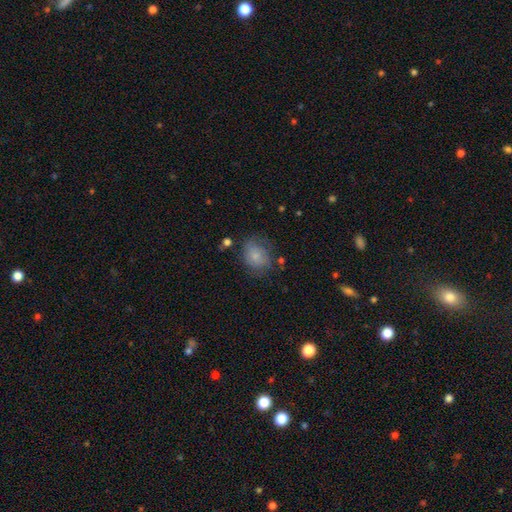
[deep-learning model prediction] Smooth or featured? Predicted: smooth (p=0.72). How rounded? Predicted: round (p=0.50). Merging? Predicted: none (p=0.58).